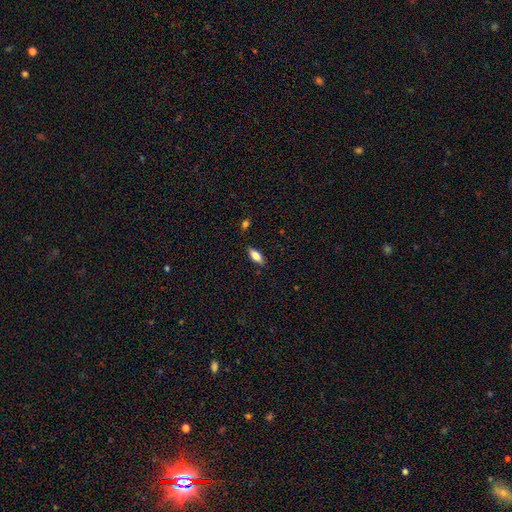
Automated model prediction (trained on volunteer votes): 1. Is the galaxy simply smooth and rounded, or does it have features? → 70% smooth, 23% featured or disk, 7% star or artifact.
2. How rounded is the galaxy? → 75% in between, 22% cigar-shaped, 3% round.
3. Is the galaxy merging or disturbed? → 85% none, 11% minor disturbance, 3% major disturbance, 1% merger.